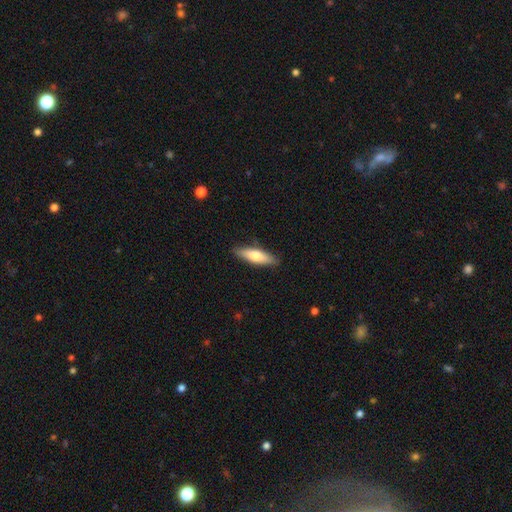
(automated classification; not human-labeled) Smooth or featured? smooth (66%)
How rounded? cigar-shaped (62%)
Merging? none (88%)